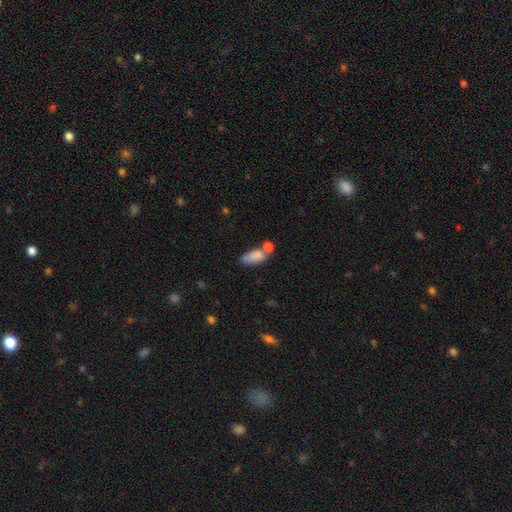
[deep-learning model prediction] smooth 81%, featured or disk 11%, star or artifact 8%. Down the decision tree: how rounded — in between (84%); merging — none (38%).